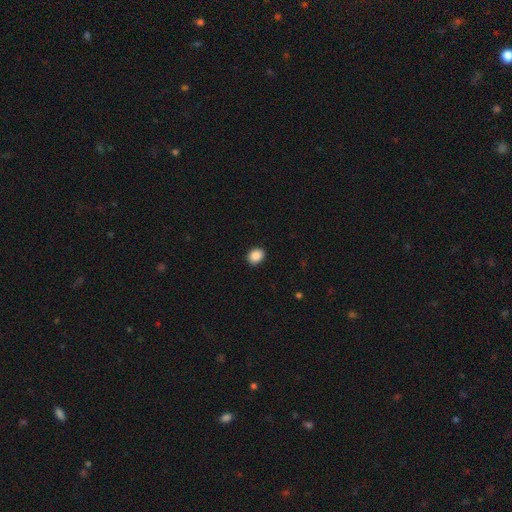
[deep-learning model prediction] The model was most divided on "how rounded": round: 56%, in between: 43%, cigar-shaped: 1%. More confident: merging — none (91%); smooth or featured — smooth (89%).